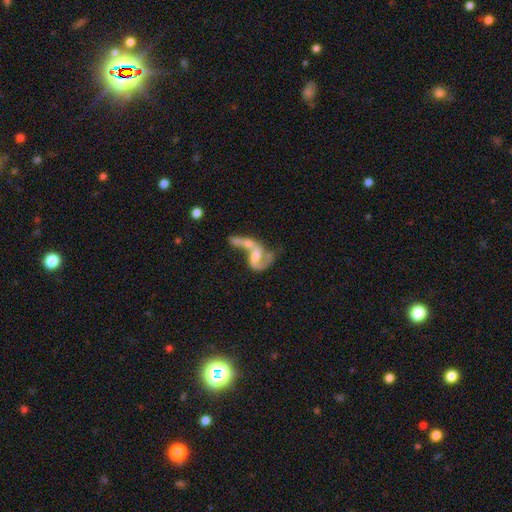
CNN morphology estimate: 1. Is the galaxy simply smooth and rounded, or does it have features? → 68% featured or disk, 23% smooth, 9% star or artifact.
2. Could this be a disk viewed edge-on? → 95% no, 5% yes.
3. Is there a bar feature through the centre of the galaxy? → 50% no, 35% weak, 15% strong.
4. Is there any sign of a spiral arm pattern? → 72% yes, 28% no.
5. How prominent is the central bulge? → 32% moderate, 30% none, 25% small, 10% large, 2% dominant.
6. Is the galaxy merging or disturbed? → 60% merger, 19% major disturbance, 14% none, 8% minor disturbance.